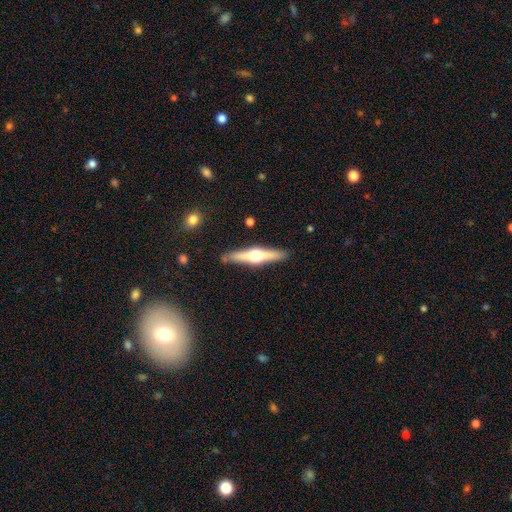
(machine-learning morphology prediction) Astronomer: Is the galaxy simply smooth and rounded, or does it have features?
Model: featured or disk — 68%.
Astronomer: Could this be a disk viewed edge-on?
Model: yes — 97%.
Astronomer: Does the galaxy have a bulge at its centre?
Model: rounded — 94%.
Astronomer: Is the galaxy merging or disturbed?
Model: none — 88%.